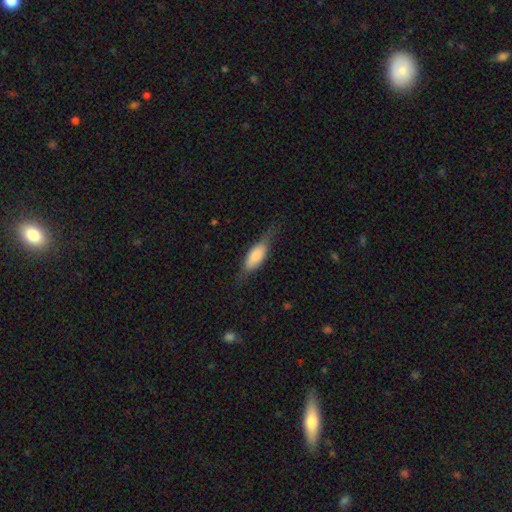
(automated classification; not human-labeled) Smooth or featured? smooth (66%)
How rounded? in between (63%)
Merging? none (68%)